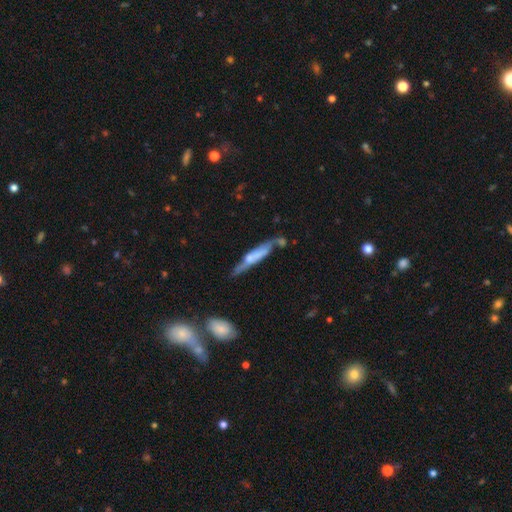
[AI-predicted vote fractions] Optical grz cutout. It shows a featured or disk galaxy (52%) viewed edge-on (80%). Merging: none (53%).